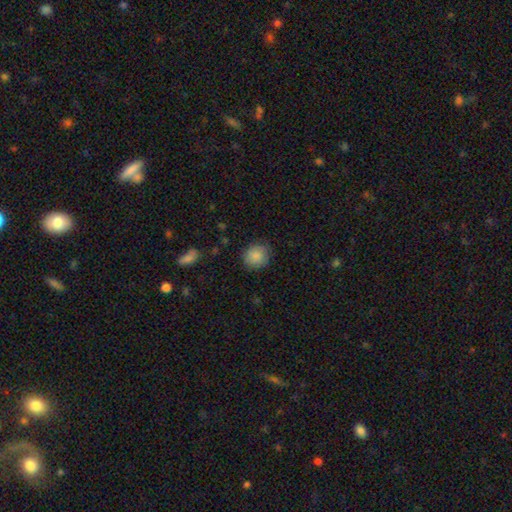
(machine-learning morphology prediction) Smooth or featured? smooth (87%)
How rounded? round (81%)
Merging? none (83%)